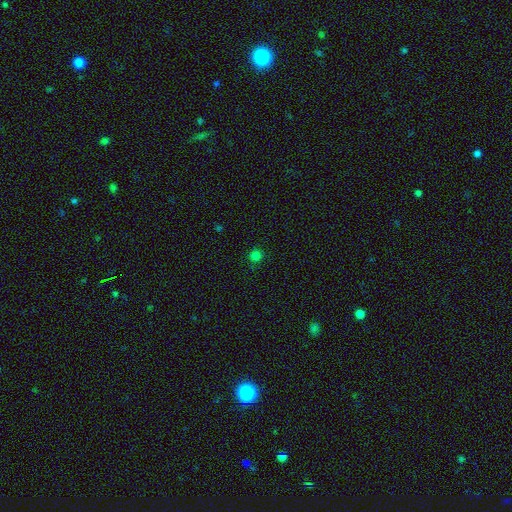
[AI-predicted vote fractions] smooth 78%, star or artifact 18%, featured or disk 4%. Down the decision tree: how rounded — round (95%); merging — none (90%).